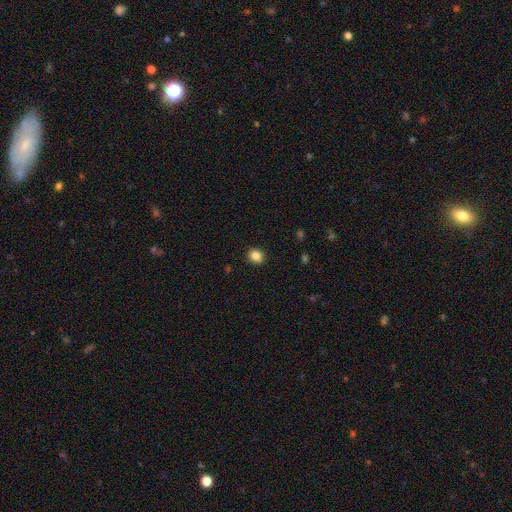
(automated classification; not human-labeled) Smooth or featured: smooth — 85% (star or artifact — 10%)
How rounded: round — 72% (in between — 27%)
Merging: none — 89% (minor disturbance — 8%)